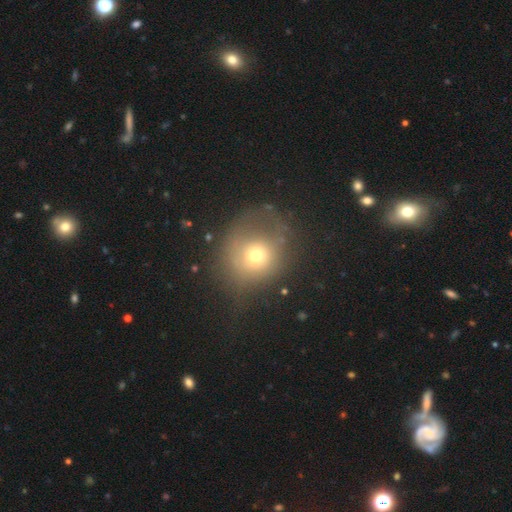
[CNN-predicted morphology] smooth-or-featured: smooth: 62% | featured or disk: 23% | star or artifact: 15%
  how-rounded: round: 76% | in between: 23% | cigar-shaped: 1%
  merging: none: 46% | major disturbance: 27% | minor disturbance: 24% | merger: 3%